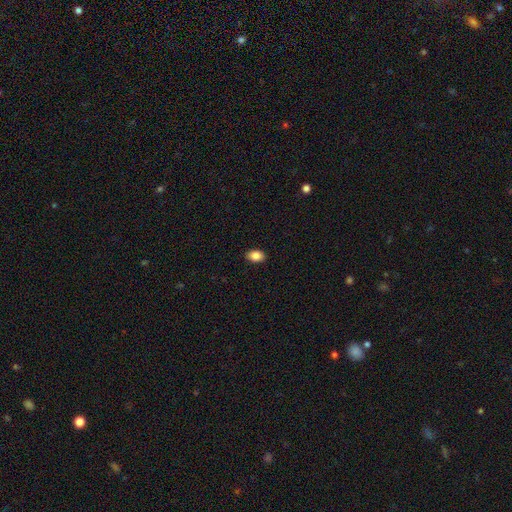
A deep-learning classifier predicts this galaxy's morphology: Overall: smooth (86%). How rounded: in between (84%). Merging: none (90%).